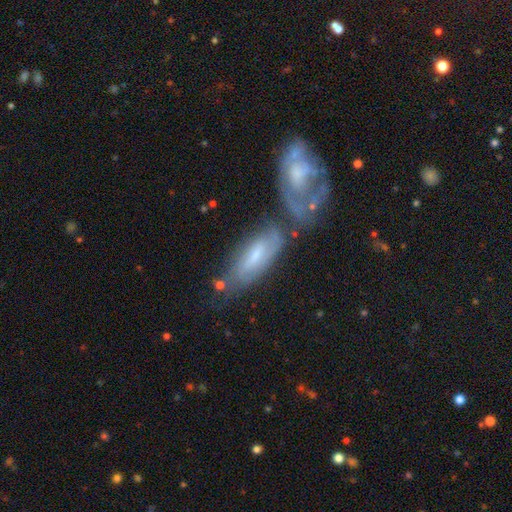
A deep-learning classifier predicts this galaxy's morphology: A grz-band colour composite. It shows a featured or disk galaxy (51%). Merging: none (51%).